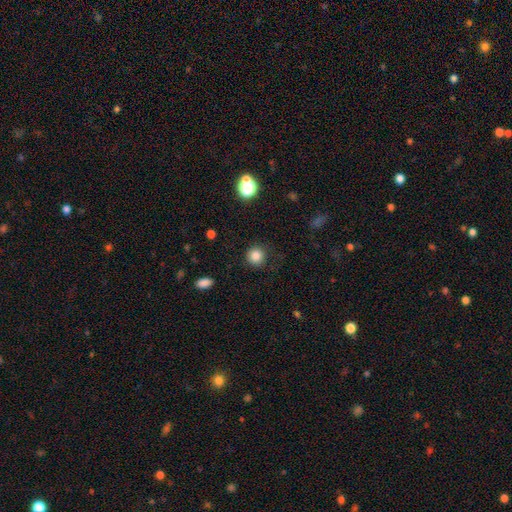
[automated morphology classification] smooth_or_featured: smooth (p=0.84) [alt: star or artifact p=0.12]
how_rounded: round (p=0.93) [alt: in between p=0.06]
merging: none (p=0.87) [alt: minor disturbance p=0.09]